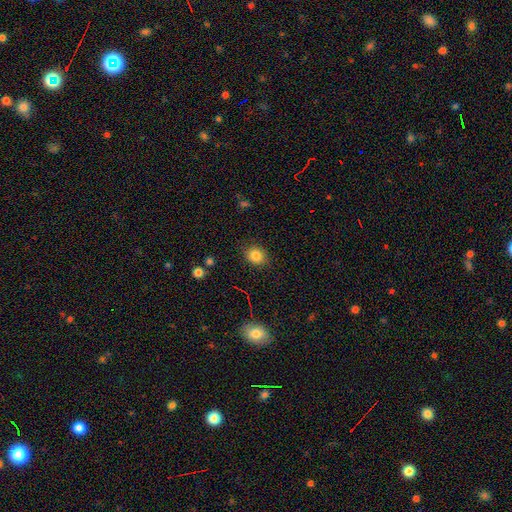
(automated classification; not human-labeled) Smooth or featured: smooth — 82% (star or artifact — 11%)
How rounded: round — 67% (in between — 32%)
Merging: none — 84% (minor disturbance — 11%)